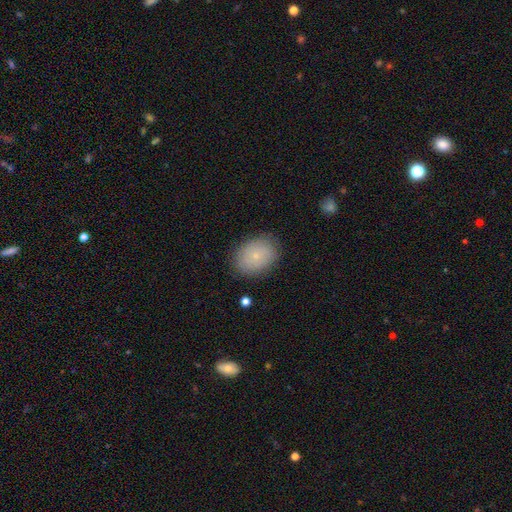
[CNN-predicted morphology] Overall: smooth (77%). How rounded: in between (73%). Merging: none (85%).